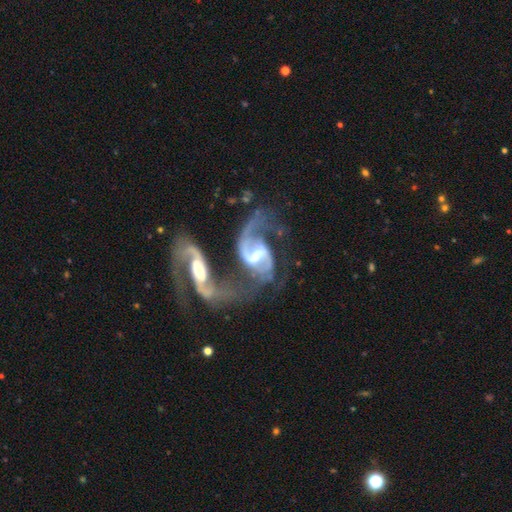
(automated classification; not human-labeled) featured or disk 91%, star or artifact 5%, smooth 5%. Down the decision tree: edge-on disk — no (97%); bar — weak (45%); spiral arms — yes (96%); spiral arm count — 2 (88%); spiral winding — loose (50%); bulge size — moderate (54%); merging — merger (55%).